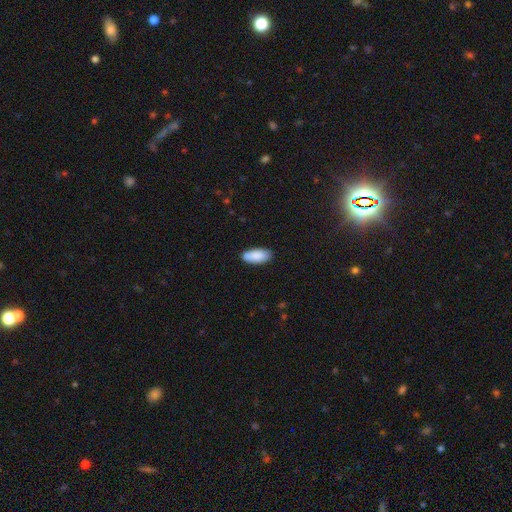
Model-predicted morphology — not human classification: smooth 88%, star or artifact 6%, featured or disk 6%. Down the decision tree: how rounded — in between (86%); merging — none (83%).